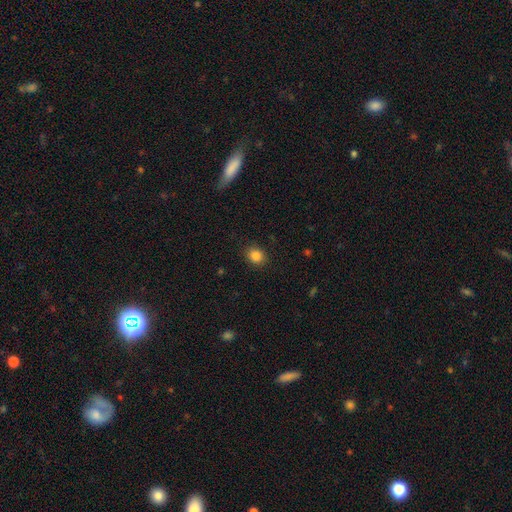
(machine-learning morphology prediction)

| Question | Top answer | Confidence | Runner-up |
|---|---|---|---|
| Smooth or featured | smooth | 86% | star or artifact (10%) |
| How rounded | round | 64% | in between (35%) |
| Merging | none | 87% | minor disturbance (9%) |